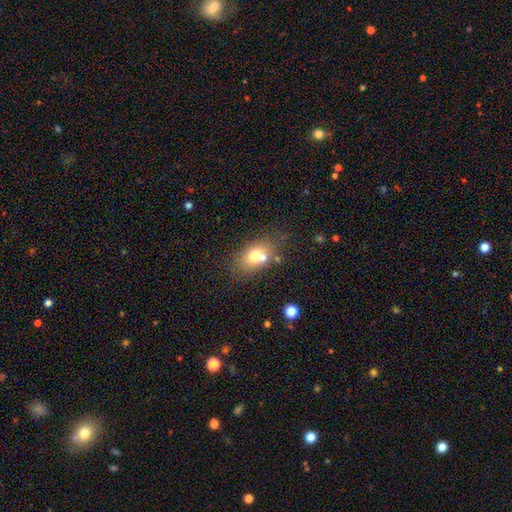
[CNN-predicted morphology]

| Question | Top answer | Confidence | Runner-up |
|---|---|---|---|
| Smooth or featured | smooth | 68% | featured or disk (21%) |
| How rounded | in between | 79% | round (19%) |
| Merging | none | 53% | merger (27%) |